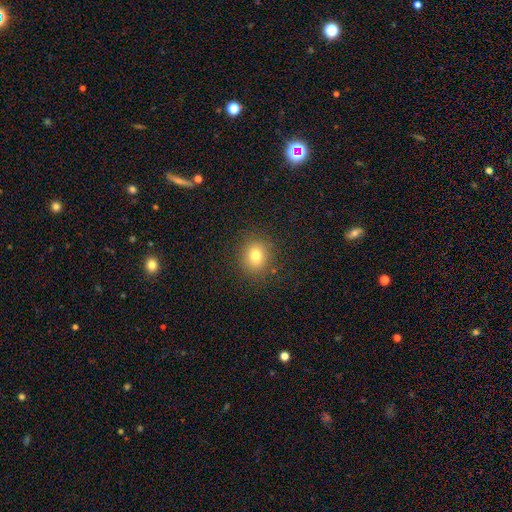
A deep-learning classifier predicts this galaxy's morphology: A smooth galaxy with no disk features (78%) that is round (80%). Merging: none (88%).